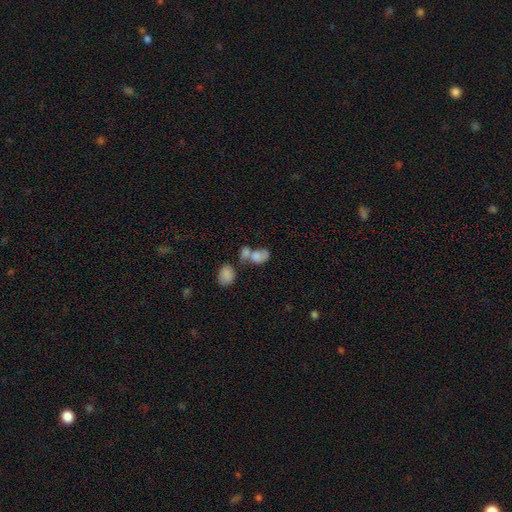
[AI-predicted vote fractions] Overall: smooth (73%). How rounded: in between (75%). Merging: merger (61%).